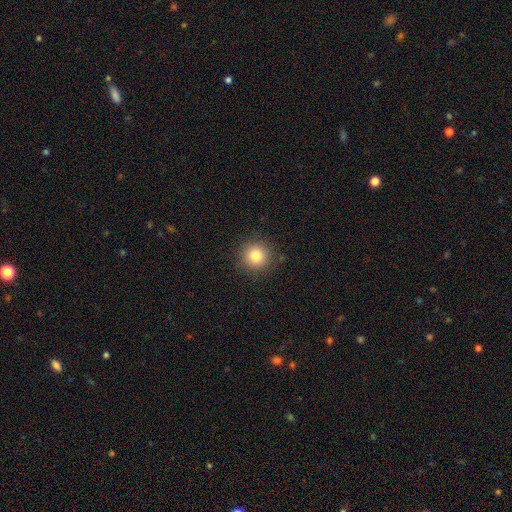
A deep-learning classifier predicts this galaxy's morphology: smooth 82%, star or artifact 11%, featured or disk 6%. Down the decision tree: how rounded — round (94%); merging — none (90%).